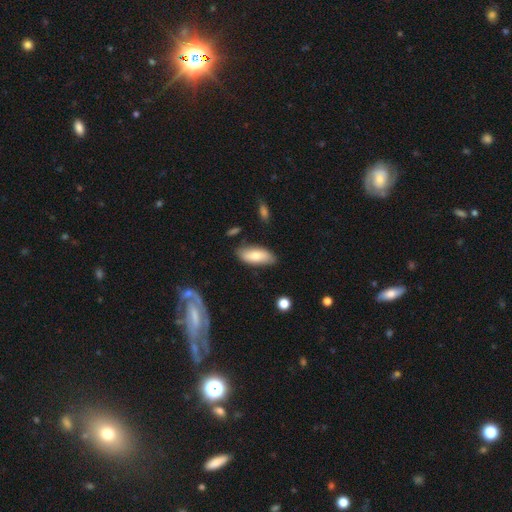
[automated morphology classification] type=smooth (75%); roundness=in between (82%); merging=none (77%).